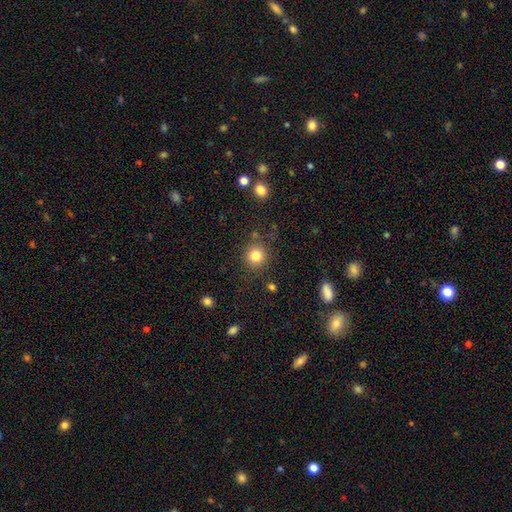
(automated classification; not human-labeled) smooth-or-featured: smooth: 83% | star or artifact: 11% | featured or disk: 6%
  how-rounded: round: 91% | in between: 8% | cigar-shaped: 1%
  merging: none: 84% | minor disturbance: 9% | major disturbance: 4% | merger: 4%